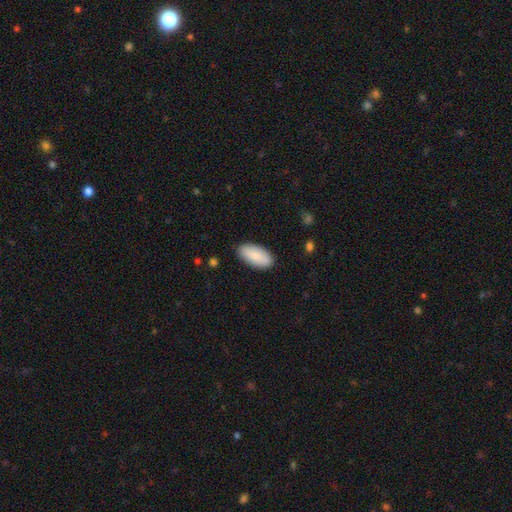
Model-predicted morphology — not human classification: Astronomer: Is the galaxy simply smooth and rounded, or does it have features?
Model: smooth — 88%.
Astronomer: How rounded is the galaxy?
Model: in between — 92%.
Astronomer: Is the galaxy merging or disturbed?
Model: none — 87%.